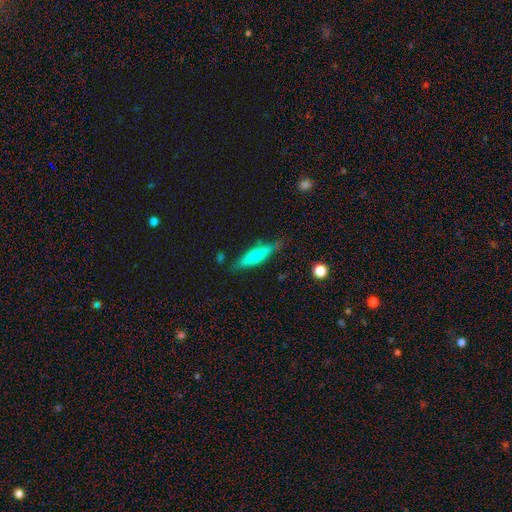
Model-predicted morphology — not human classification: Smooth or featured? Predicted: smooth (p=0.53). How rounded? Predicted: cigar-shaped (p=0.62). Merging? Predicted: none (p=0.75).